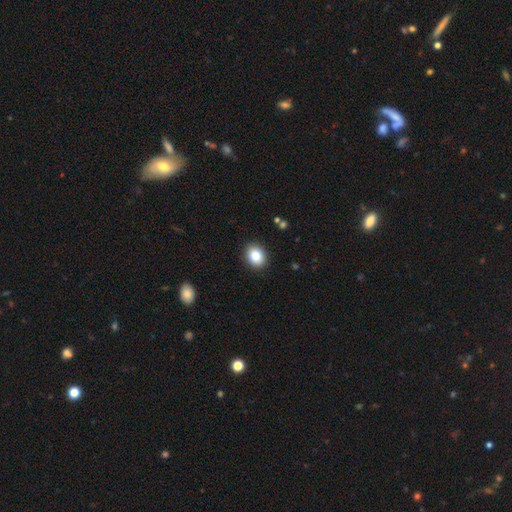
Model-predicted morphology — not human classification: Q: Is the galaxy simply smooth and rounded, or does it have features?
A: smooth — 84%.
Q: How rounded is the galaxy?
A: in between — 54%.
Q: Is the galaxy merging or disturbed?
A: none — 90%.